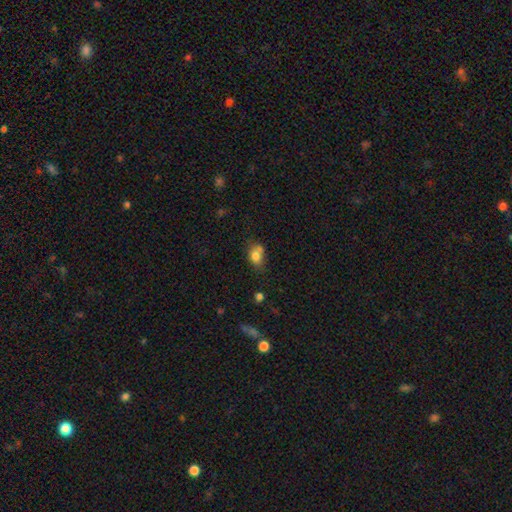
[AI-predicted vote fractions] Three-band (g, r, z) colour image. It shows a smooth galaxy with no disk features (77%) that is in between round and cigar-shaped (67%). Merging: none (44%).